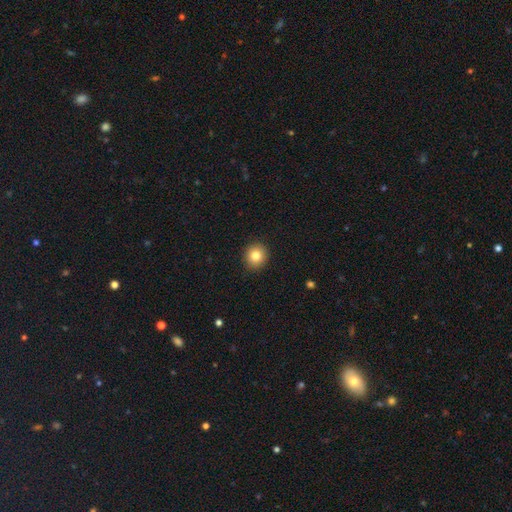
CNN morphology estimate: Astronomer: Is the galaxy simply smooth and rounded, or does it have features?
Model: smooth — 82%.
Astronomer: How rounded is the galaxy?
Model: round — 90%.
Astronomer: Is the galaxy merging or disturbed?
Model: none — 92%.